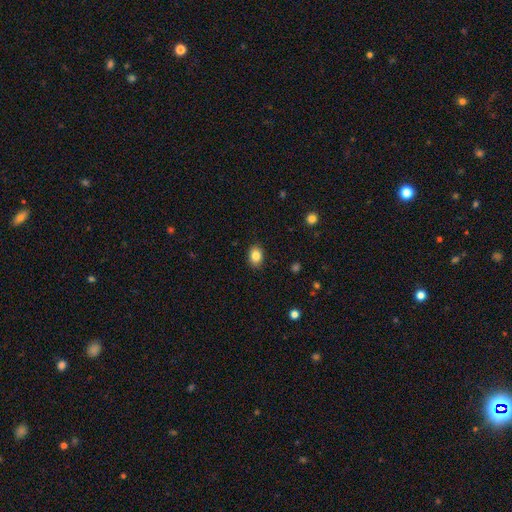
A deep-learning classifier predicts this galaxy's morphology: This appears to be a smooth galaxy with no disk features (85%) that is in between round and cigar-shaped (70%). Merging: none (89%).